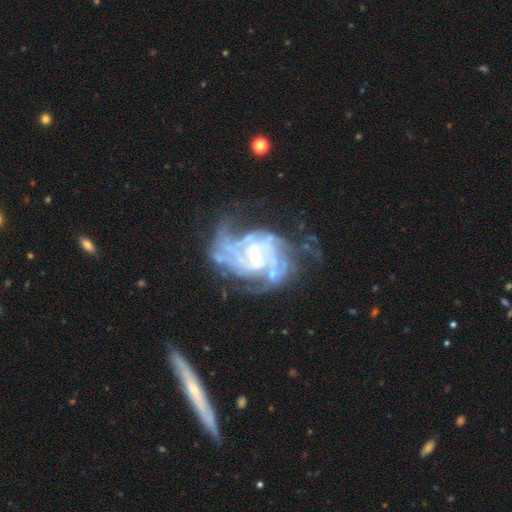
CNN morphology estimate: Q: Smooth or featured?
A: featured or disk (89%); runner-up: star or artifact (6%)
Q: Edge-on disk?
A: no (98%); runner-up: yes (2%)
Q: Bar?
A: weak (46%); runner-up: no (39%)
Q: Spiral arms?
A: yes (96%); runner-up: no (4%)
Q: Spiral winding?
A: tight (50%); runner-up: medium (39%)
Q: Spiral arm count?
A: can't tell (27%); runner-up: 2 (24%)
Q: Bulge size?
A: small (69%); runner-up: moderate (25%)
Q: Merging?
A: none (51%); runner-up: major disturbance (23%)